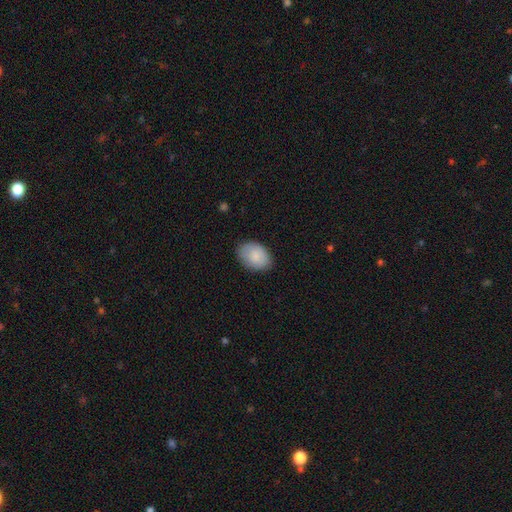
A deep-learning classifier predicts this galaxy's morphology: Smooth or featured?
  - smooth: 85% *
  - featured or disk: 9%
  - star or artifact: 6%
How rounded?
  - in between: 79% *
  - round: 20%
  - cigar-shaped: 1%
Merging?
  - none: 82% *
  - minor disturbance: 14%
  - major disturbance: 3%
  - merger: 1%